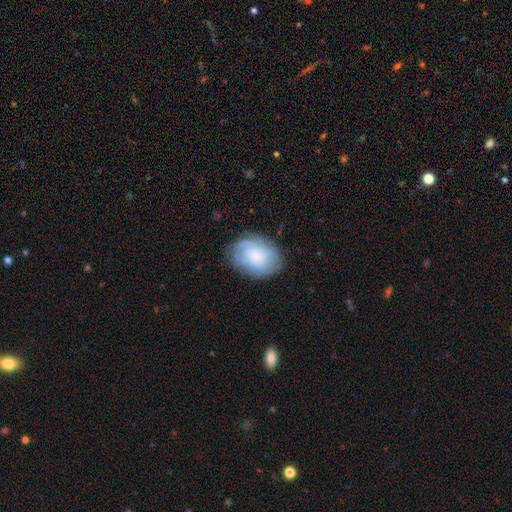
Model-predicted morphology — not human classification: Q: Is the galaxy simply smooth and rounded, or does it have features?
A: smooth — 46%.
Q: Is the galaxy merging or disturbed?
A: none — 76%.